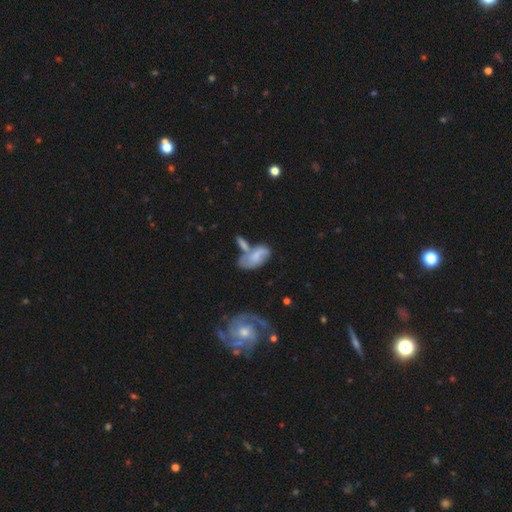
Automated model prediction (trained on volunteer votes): Morphology: type=smooth (51%); roundness=in between (90%); merging=merger (40%).